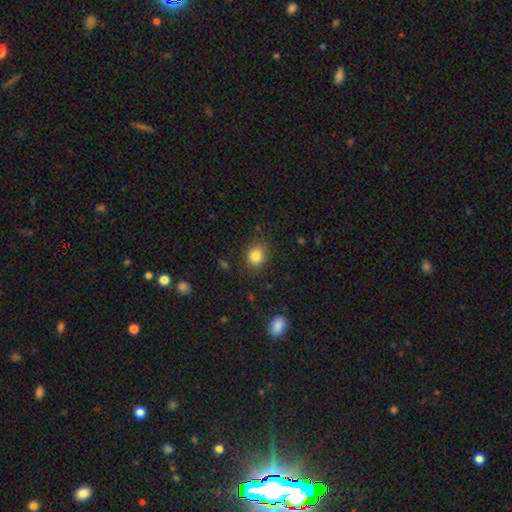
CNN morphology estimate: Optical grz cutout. It shows a smooth galaxy with no disk features (84%) that is round (72%). Merging: none (84%).